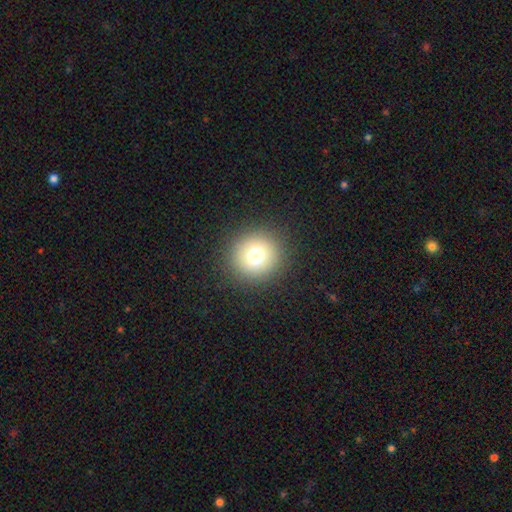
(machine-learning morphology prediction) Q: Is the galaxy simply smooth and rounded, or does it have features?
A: smooth — 73%.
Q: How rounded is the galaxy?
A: round — 91%.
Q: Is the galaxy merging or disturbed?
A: none — 90%.